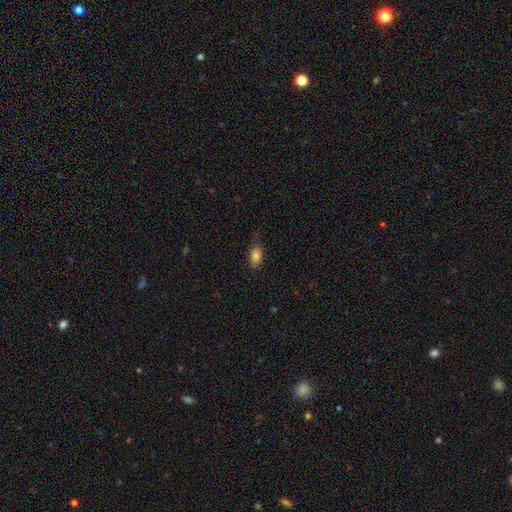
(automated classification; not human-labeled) smooth 83%, star or artifact 9%, featured or disk 8%. Down the decision tree: how rounded — in between (88%); merging — none (74%).